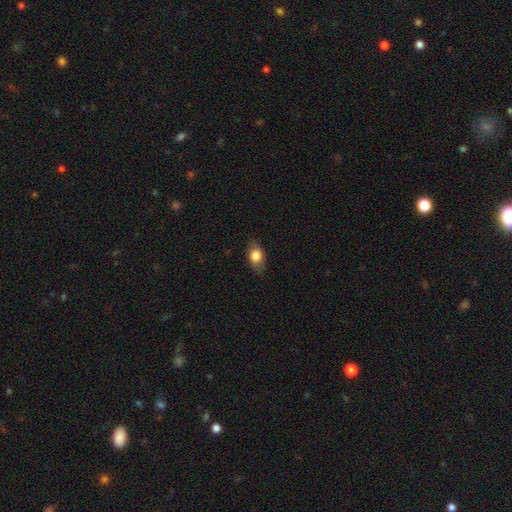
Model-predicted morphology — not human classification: smooth-or-featured: smooth: 79% | featured or disk: 14% | star or artifact: 7%
  how-rounded: in between: 82% | round: 14% | cigar-shaped: 3%
  merging: none: 81% | minor disturbance: 15% | major disturbance: 3% | merger: 1%